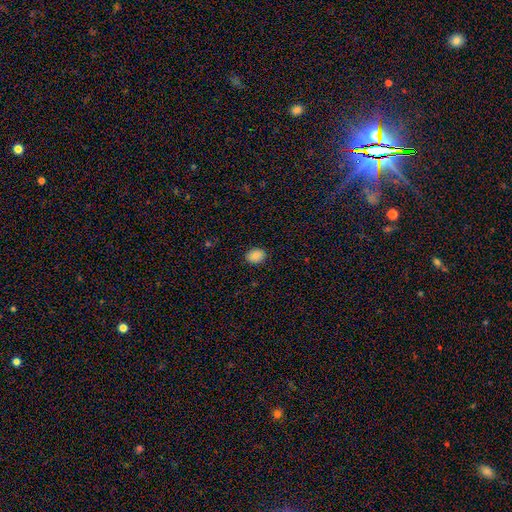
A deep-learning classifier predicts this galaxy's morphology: Overall: smooth (88%). How rounded: in between (65%; round 34%). Merging: none (88%).